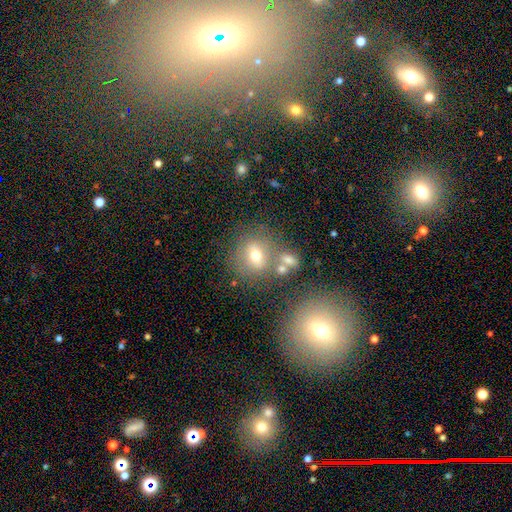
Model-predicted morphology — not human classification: A smooth galaxy with no disk features (58%) that is round (67%). Merging: none (57%).